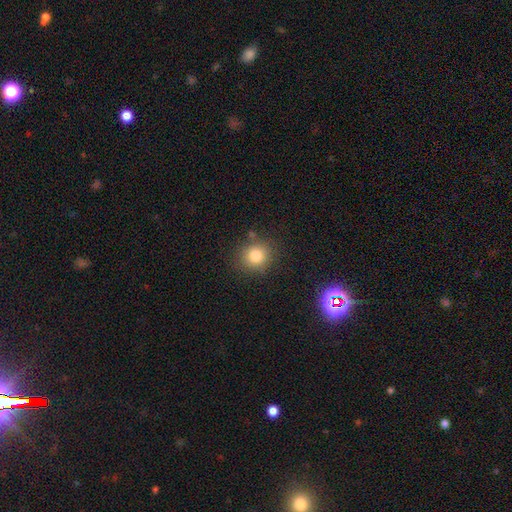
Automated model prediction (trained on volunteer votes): smooth_or_featured: smooth (p=0.81) [alt: star or artifact p=0.12]
how_rounded: round (p=0.84) [alt: in between p=0.15]
merging: none (p=0.82) [alt: minor disturbance p=0.11]